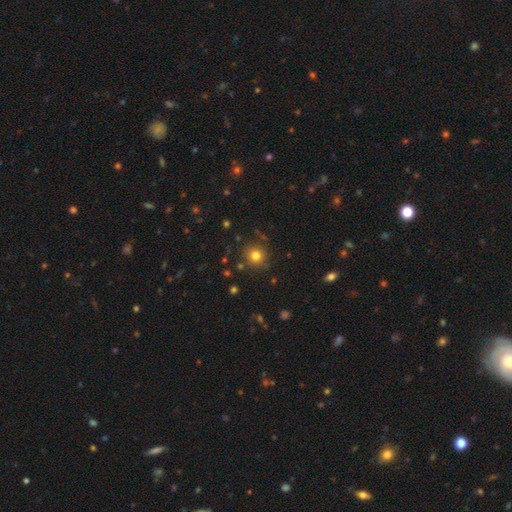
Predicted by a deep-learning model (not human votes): Smooth or featured? Predicted: smooth (p=0.78). How rounded? Predicted: round (p=0.89). Merging? Predicted: none (p=0.85).